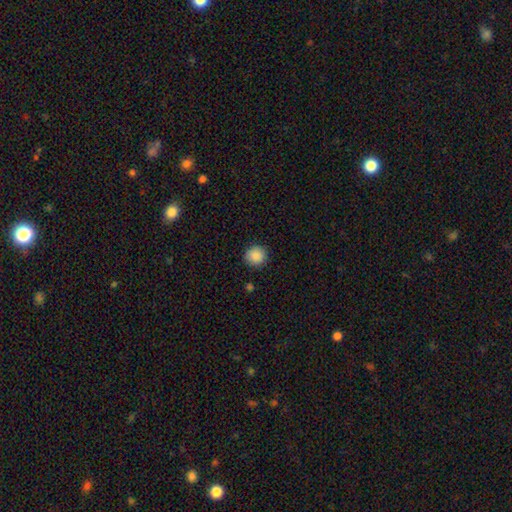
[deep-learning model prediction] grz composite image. It shows a smooth galaxy with no disk features (88%) that is round (92%). Merging: none (90%).